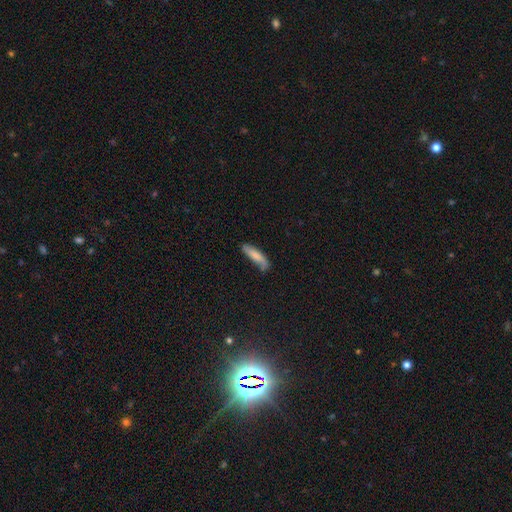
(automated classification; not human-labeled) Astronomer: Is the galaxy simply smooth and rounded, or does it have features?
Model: smooth — 76%.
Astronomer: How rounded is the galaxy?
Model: cigar-shaped — 70%.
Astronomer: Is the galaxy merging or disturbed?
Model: none — 60%.